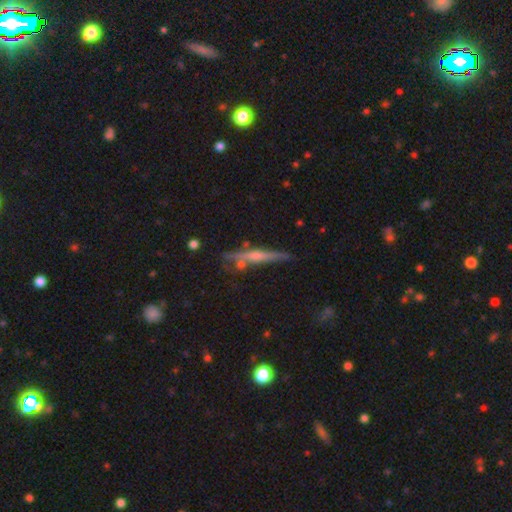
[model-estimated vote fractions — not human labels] Smooth or featured?
  - featured or disk: 62% *
  - smooth: 31%
  - star or artifact: 7%
Edge-on disk?
  - yes: 94% *
  - no: 6%
Edge-on bulge?
  - rounded: 56% *
  - none: 31%
  - boxy: 13%
Merging?
  - none: 71% *
  - minor disturbance: 17%
  - merger: 8%
  - major disturbance: 5%